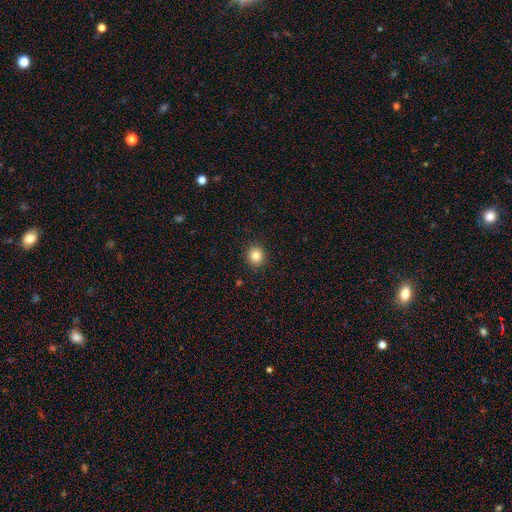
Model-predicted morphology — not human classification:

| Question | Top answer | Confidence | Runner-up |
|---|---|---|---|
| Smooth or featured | smooth | 83% | star or artifact (11%) |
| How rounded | round | 86% | in between (13%) |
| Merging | none | 92% | minor disturbance (6%) |